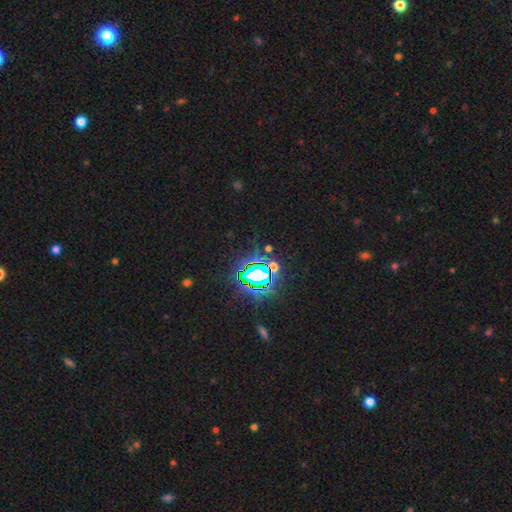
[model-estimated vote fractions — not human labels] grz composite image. It shows a star or artifact, not a galaxy (81%).